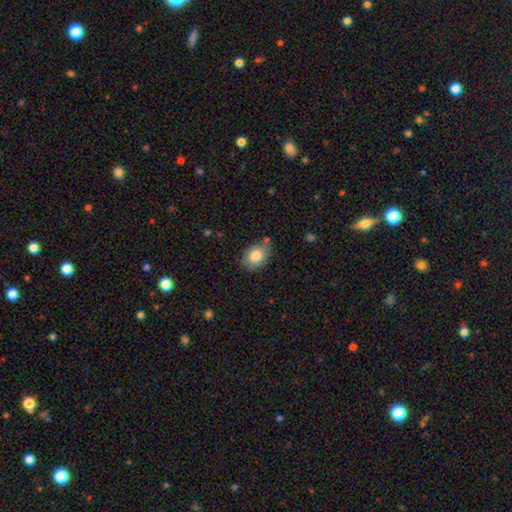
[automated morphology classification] Overall: smooth (82%). How rounded: in between (73%). Merging: none (72%).